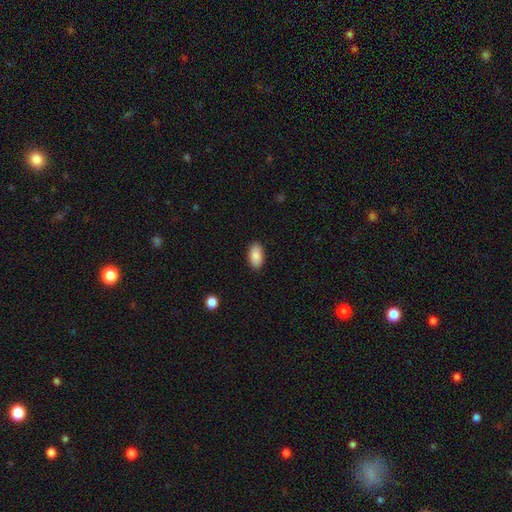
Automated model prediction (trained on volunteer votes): This appears to be a smooth galaxy with no disk features (89%) that is in between round and cigar-shaped (94%). Merging: none (89%).